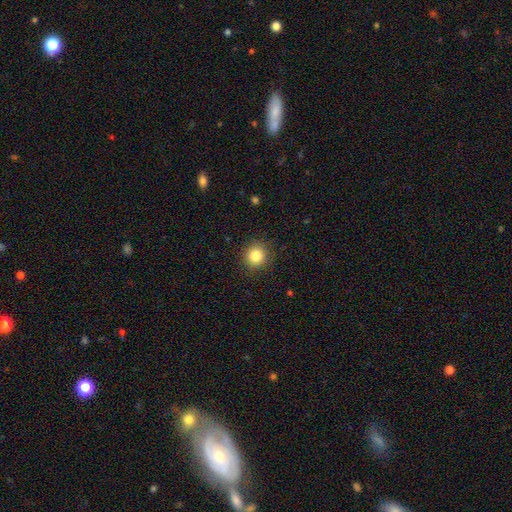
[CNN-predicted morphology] The model was most divided on "smooth or featured": smooth: 84%, star or artifact: 11%, featured or disk: 6%. More confident: how rounded — round (90%); merging — none (90%).